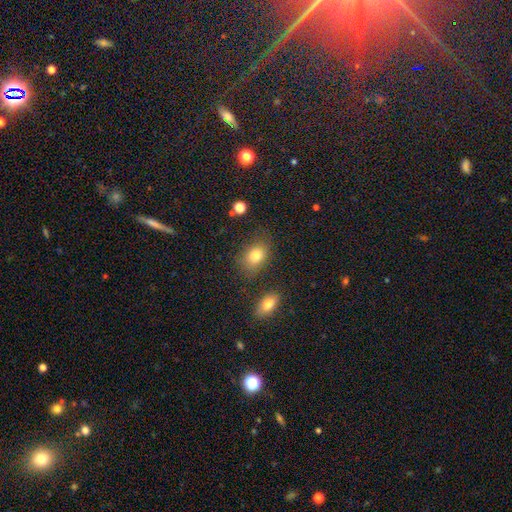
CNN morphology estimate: Smooth or featured: smooth — 80% (star or artifact — 10%)
How rounded: in between — 76% (round — 23%)
Merging: none — 73% (minor disturbance — 16%)